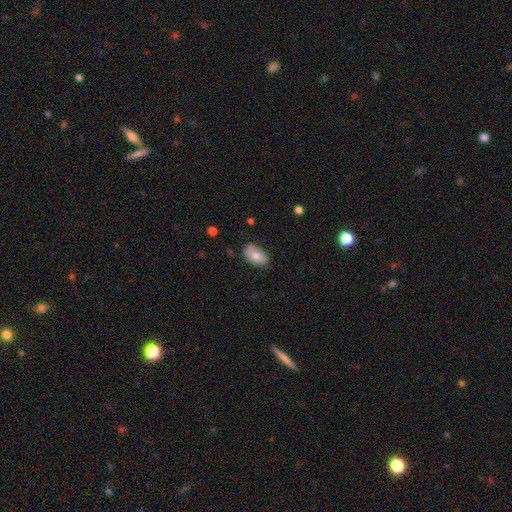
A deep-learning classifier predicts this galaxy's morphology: Smooth or featured: smooth — 71% (featured or disk — 21%)
How rounded: in between — 92% (round — 7%)
Merging: none — 66% (minor disturbance — 27%)